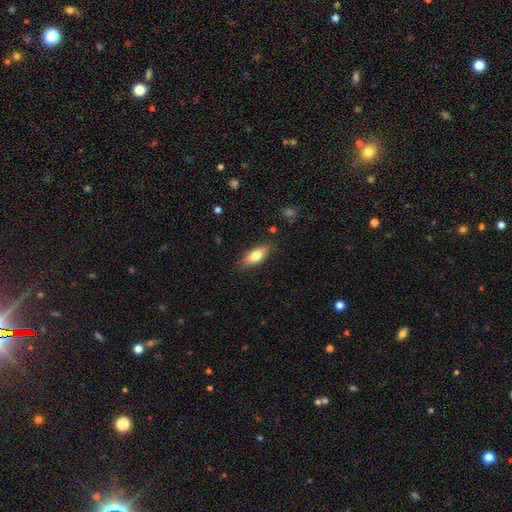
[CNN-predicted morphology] smooth_or_featured: smooth (p=0.71) [alt: featured or disk p=0.22]
how_rounded: in between (p=0.76) [alt: cigar-shaped p=0.20]
merging: none (p=0.81) [alt: minor disturbance p=0.15]